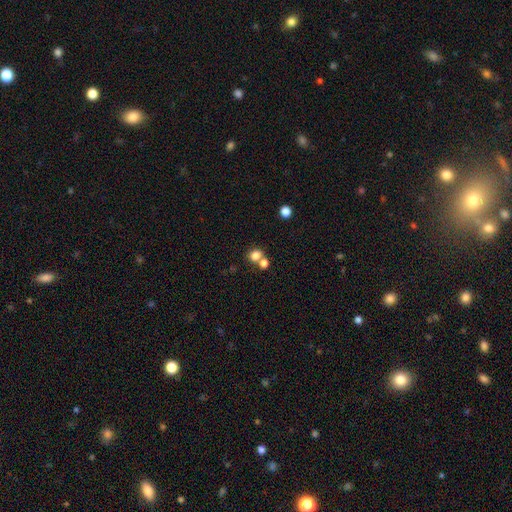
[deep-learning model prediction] Smooth or featured? Predicted: smooth (p=0.80). How rounded? Predicted: round (p=0.68). Merging? Predicted: none (p=0.53).